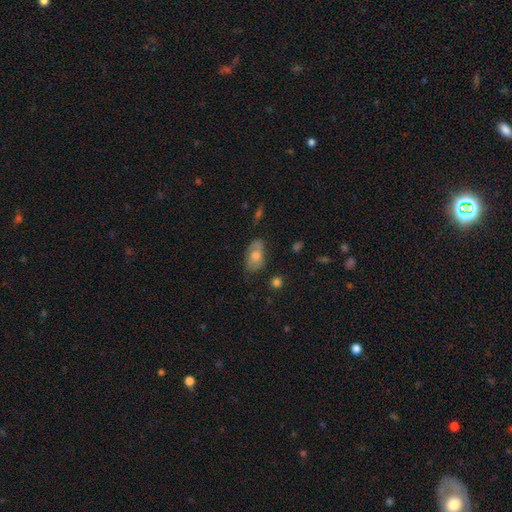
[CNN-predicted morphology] type=smooth (64%); roundness=in between (90%); merging=none (60%).